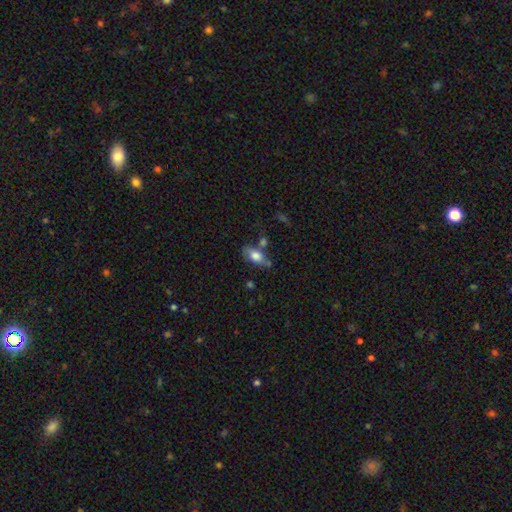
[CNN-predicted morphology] The model was most divided on "merging": none: 55%, minor disturbance: 22%, merger: 15%, major disturbance: 8%. More confident: how rounded — in between (85%); smooth or featured — smooth (69%).